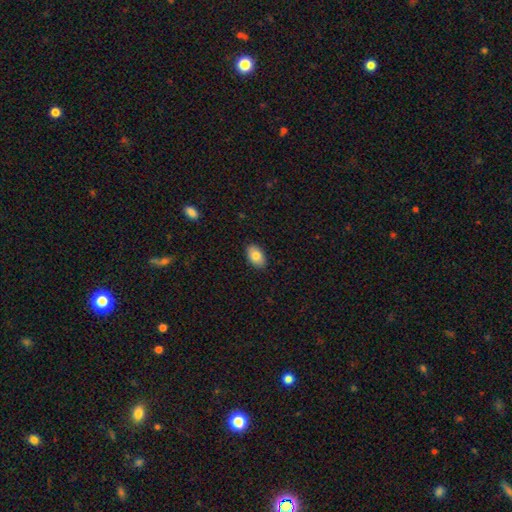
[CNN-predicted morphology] smooth 83%, featured or disk 10%, star or artifact 7%. Down the decision tree: how rounded — in between (91%); merging — none (89%).